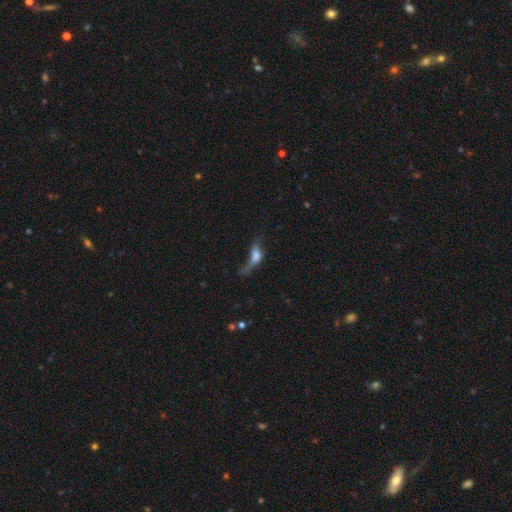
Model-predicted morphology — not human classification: smooth 49%, featured or disk 38%, star or artifact 13%. Down the decision tree: merging — major disturbance (49%).